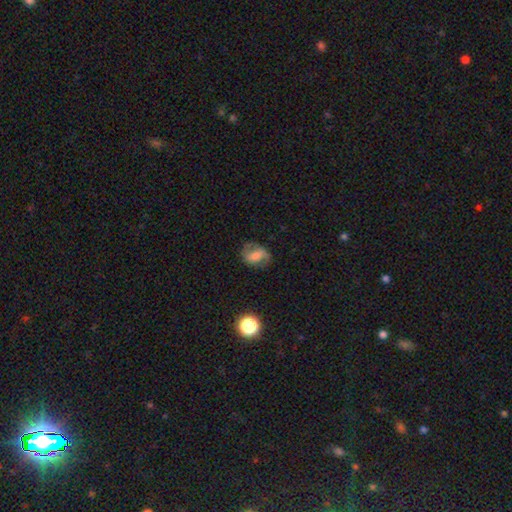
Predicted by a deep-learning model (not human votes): Morphology: type=featured or disk (46%); merging=none (67%).